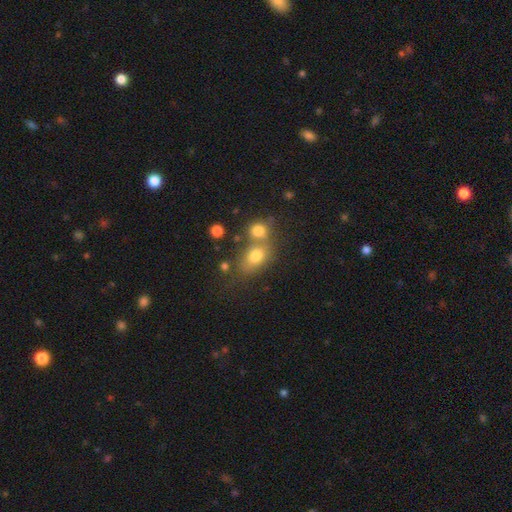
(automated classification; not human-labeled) smooth 74%, star or artifact 13%, featured or disk 13%. Down the decision tree: how rounded — in between (68%); merging — merger (43%).